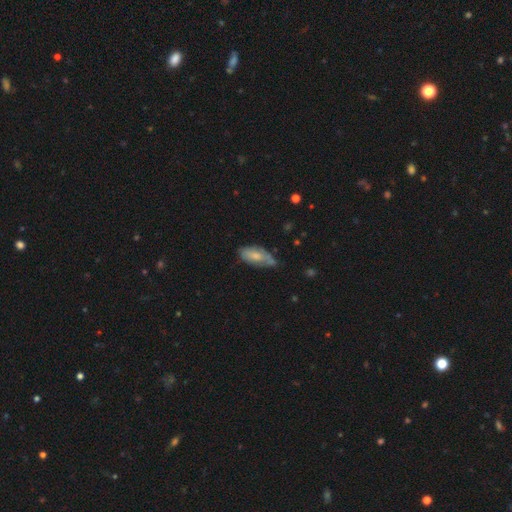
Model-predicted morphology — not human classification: Overall: smooth (62%; featured or disk 31%). How rounded: in between (85%). Merging: none (48%; minor disturbance 37%).